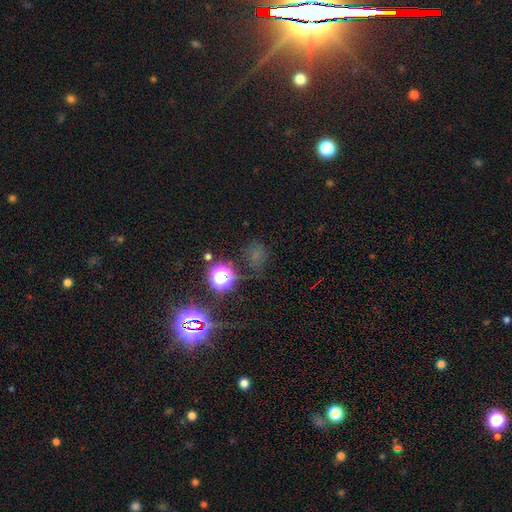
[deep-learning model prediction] Smooth or featured? star or artifact (52%)